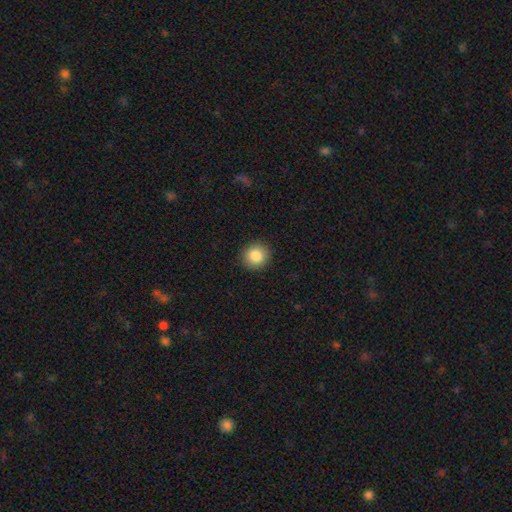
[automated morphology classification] Q: Smooth or featured?
A: smooth (85%); runner-up: star or artifact (9%)
Q: How rounded?
A: round (90%); runner-up: in between (9%)
Q: Merging?
A: none (91%); runner-up: minor disturbance (6%)